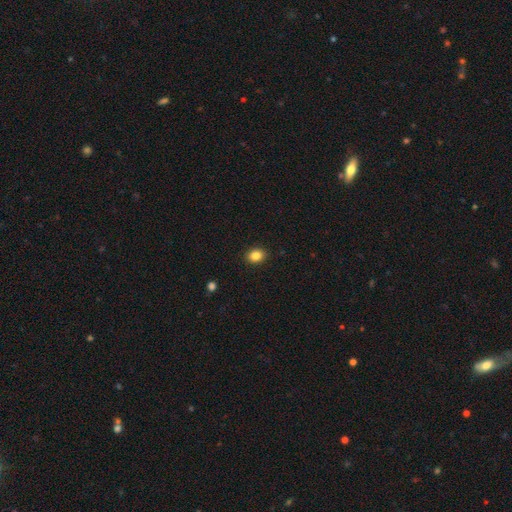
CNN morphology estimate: Q: Smooth or featured?
A: smooth (85%); runner-up: star or artifact (10%)
Q: How rounded?
A: in between (59%); runner-up: round (40%)
Q: Merging?
A: none (90%); runner-up: minor disturbance (7%)